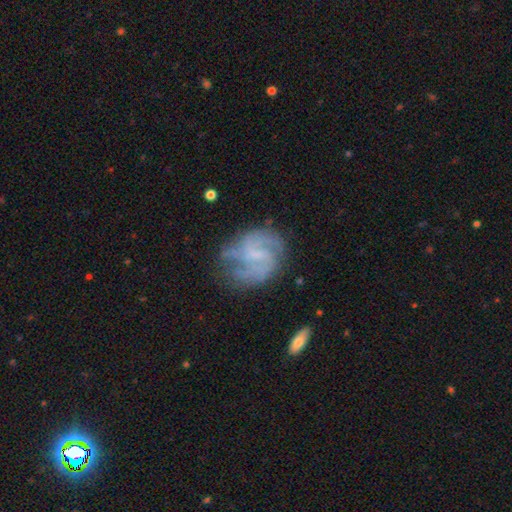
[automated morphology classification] Smooth or featured: featured or disk — 77% (smooth — 16%)
Edge-on disk: no — 98% (yes — 2%)
Bar: weak — 51% (no — 36%)
Spiral arms: yes — 87% (no — 13%)
Spiral winding: medium — 45% (tight — 32%)
Spiral arm count: 2 — 33% (can't tell — 29%)
Bulge size: none — 44% (small — 38%)
Merging: none — 59% (minor disturbance — 22%)